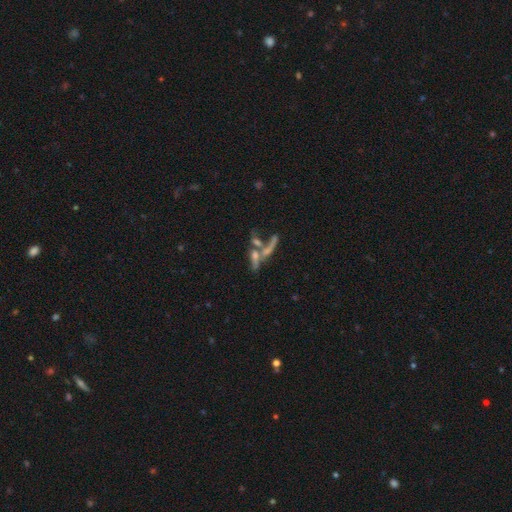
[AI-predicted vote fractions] featured or disk 51%, smooth 33%, star or artifact 16%. Down the decision tree: edge-on disk — no (53%); merging — merger (50%).